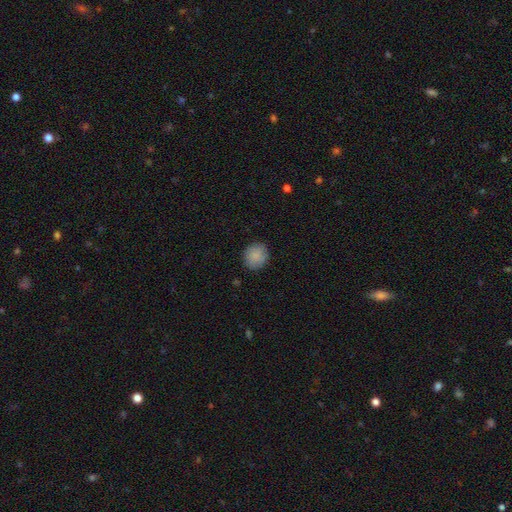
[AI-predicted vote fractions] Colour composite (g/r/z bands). It shows a smooth galaxy with no disk features (87%) that is round (79%). Merging: none (86%).